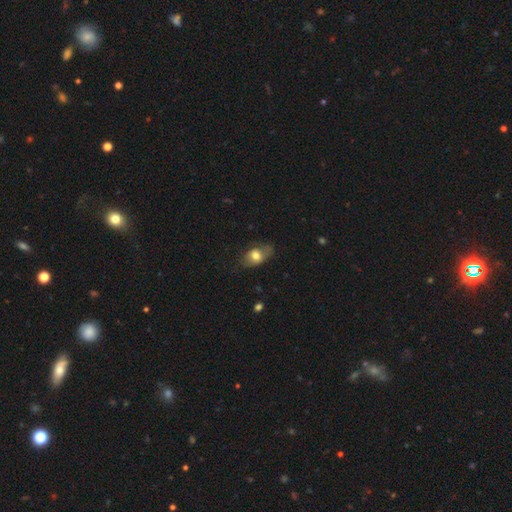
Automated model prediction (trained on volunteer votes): Morphology: type=smooth (68%); roundness=in between (82%); merging=none (57%).